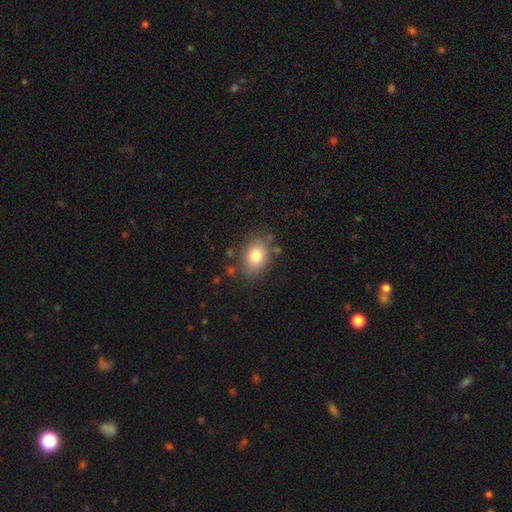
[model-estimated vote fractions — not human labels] The model was most divided on "how rounded": in between: 68%, round: 31%, cigar-shaped: 1%. More confident: smooth or featured — smooth (80%); merging — none (79%).